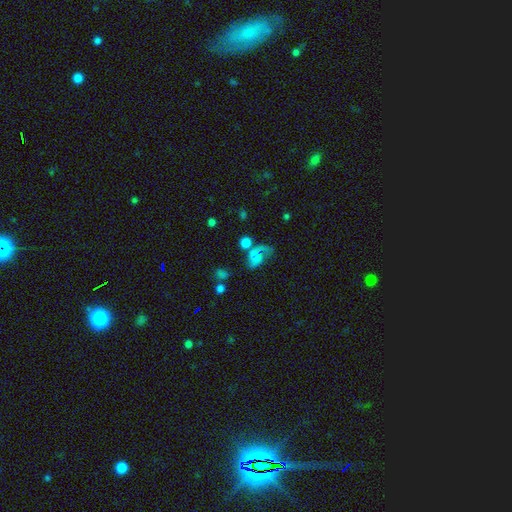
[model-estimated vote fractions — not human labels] A featured or disk galaxy (52%) with no bar (64%), spiral arms (83%) and a small central bulge (50%). Merging: none (34%).